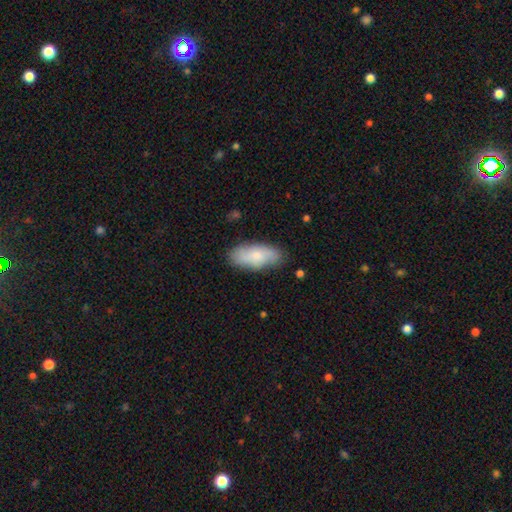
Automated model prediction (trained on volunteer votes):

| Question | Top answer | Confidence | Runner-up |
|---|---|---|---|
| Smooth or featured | smooth | 65% | featured or disk (29%) |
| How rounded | in between | 84% | cigar-shaped (14%) |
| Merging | none | 79% | minor disturbance (16%) |